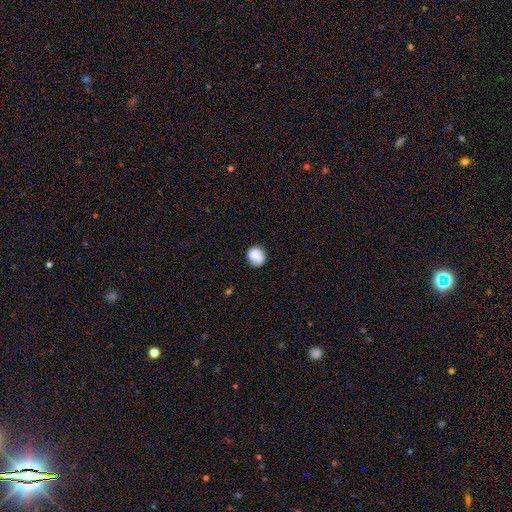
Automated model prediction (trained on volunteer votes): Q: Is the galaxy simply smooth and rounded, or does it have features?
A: smooth — 81%.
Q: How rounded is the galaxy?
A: round — 72%.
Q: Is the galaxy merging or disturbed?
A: none — 82%.